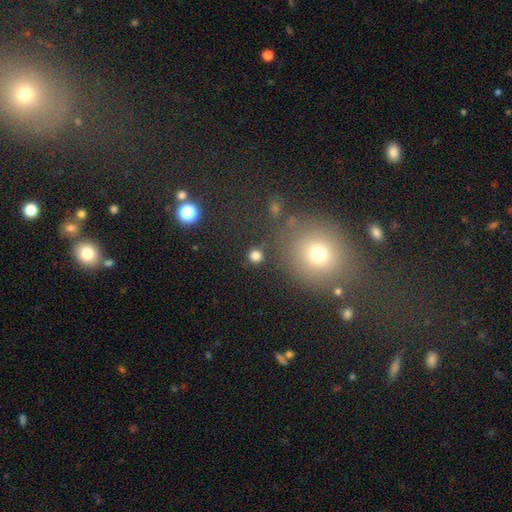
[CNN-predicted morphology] This is clearly a smooth galaxy (80%). How rounded: clearly round (92%). Merging: clearly none (86%).